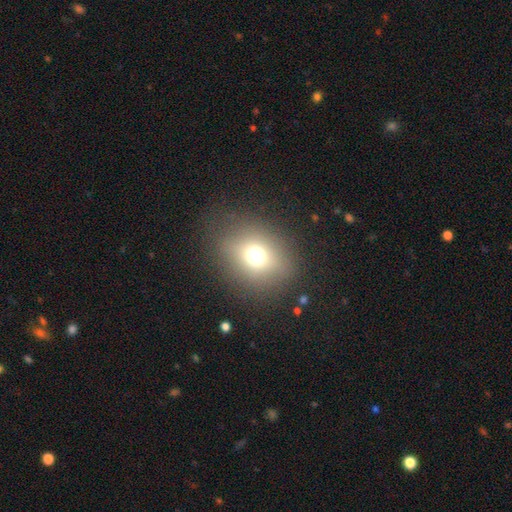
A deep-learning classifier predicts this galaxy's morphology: smooth-or-featured: smooth: 69% | star or artifact: 18% | featured or disk: 13%
  how-rounded: round: 60% | in between: 38% | cigar-shaped: 1%
  merging: none: 80% | minor disturbance: 11% | major disturbance: 7% | merger: 1%